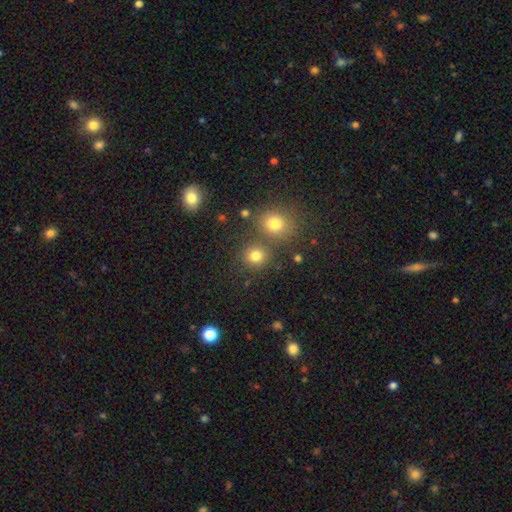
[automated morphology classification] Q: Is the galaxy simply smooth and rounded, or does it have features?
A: smooth — 78%.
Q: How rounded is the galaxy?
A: round — 87%.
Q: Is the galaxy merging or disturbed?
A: none — 72%.